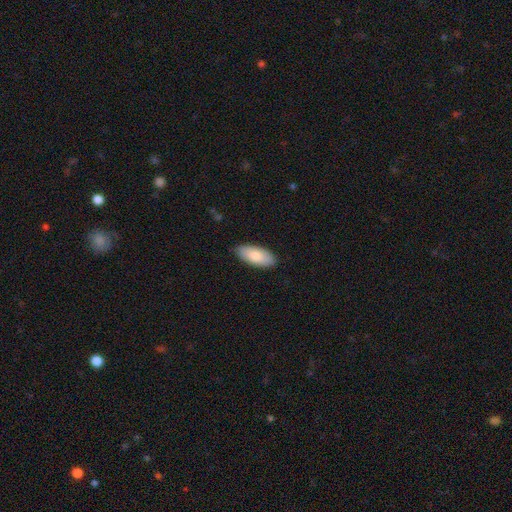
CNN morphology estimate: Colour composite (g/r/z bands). It shows a smooth galaxy with no disk features (82%) that is in between round and cigar-shaped (90%). Merging: none (87%).